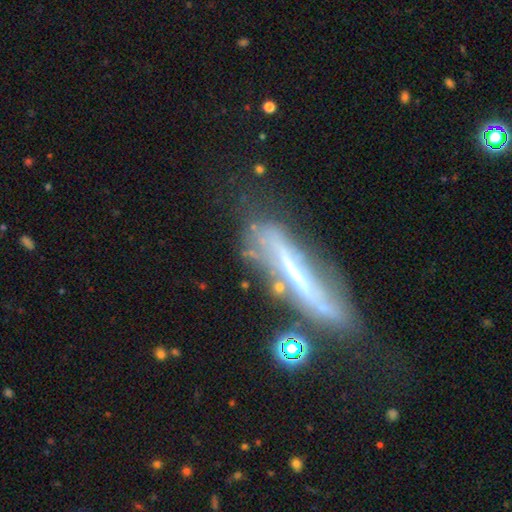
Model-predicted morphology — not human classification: Overall: featured or disk (68%). Edge-on disk: yes (65%; no 35%). Merging: none (50%; minor disturbance 24%).